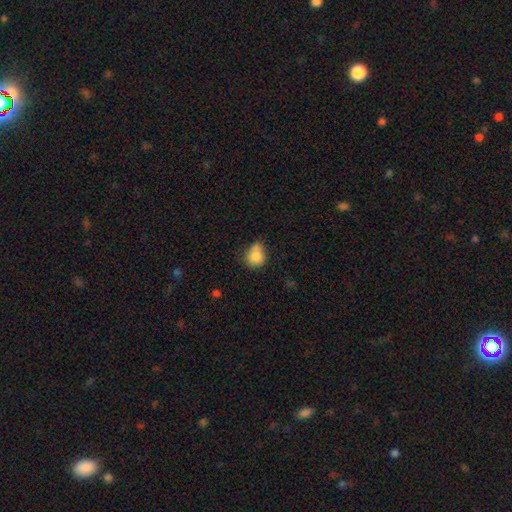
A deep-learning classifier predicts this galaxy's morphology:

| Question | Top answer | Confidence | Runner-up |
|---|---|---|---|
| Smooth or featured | smooth | 82% | star or artifact (9%) |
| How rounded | round | 68% | in between (31%) |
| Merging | none | 50% | minor disturbance (30%) |